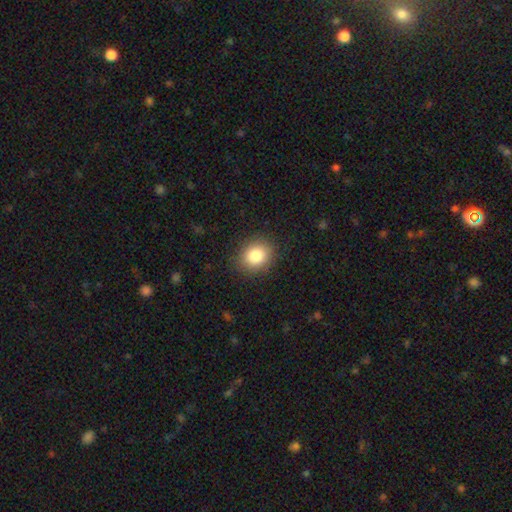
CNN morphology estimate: type=smooth (84%); roundness=round (66%); merging=none (87%).